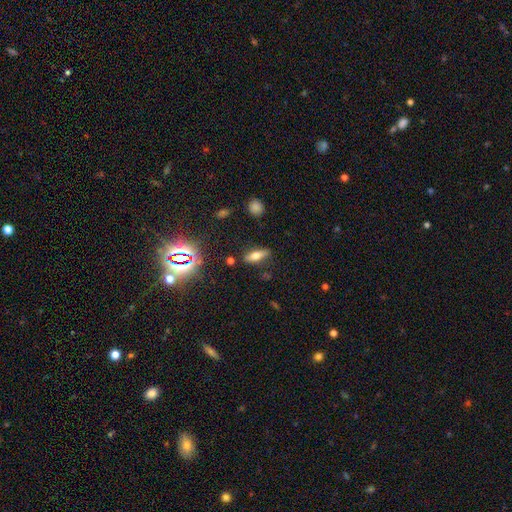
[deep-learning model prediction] smooth_or_featured: smooth (p=0.60) [alt: featured or disk p=0.25]
how_rounded: in between (p=0.59) [alt: cigar-shaped p=0.37]
merging: none (p=0.83) [alt: minor disturbance p=0.11]